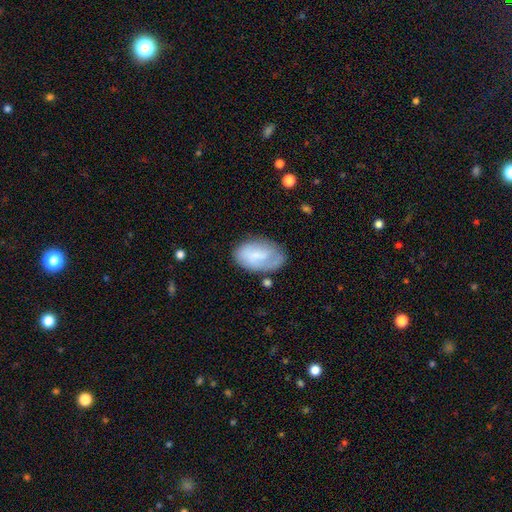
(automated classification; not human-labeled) Morphology: type=smooth (59%); roundness=in between (91%); merging=none (62%).